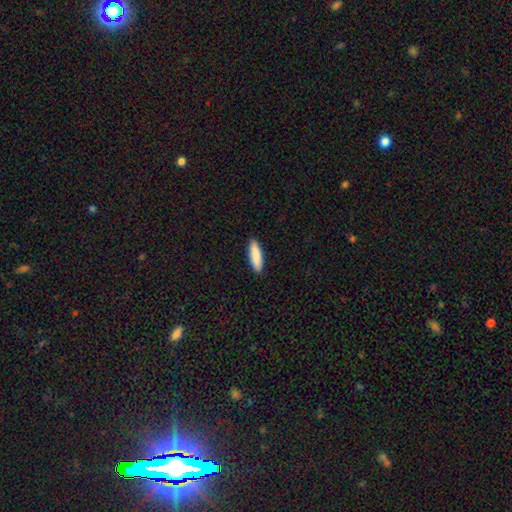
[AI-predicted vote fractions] smooth-or-featured: smooth: 89% | featured or disk: 6% | star or artifact: 5%
  how-rounded: cigar-shaped: 65% | in between: 33% | round: 1%
  merging: none: 91% | minor disturbance: 6% | major disturbance: 1% | merger: 1%